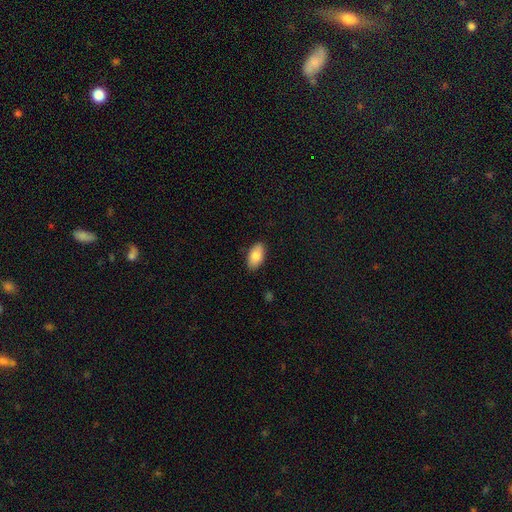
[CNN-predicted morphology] The model was most divided on "smooth or featured": smooth: 85%, featured or disk: 9%, star or artifact: 7%. More confident: how rounded — in between (94%); merging — none (87%).